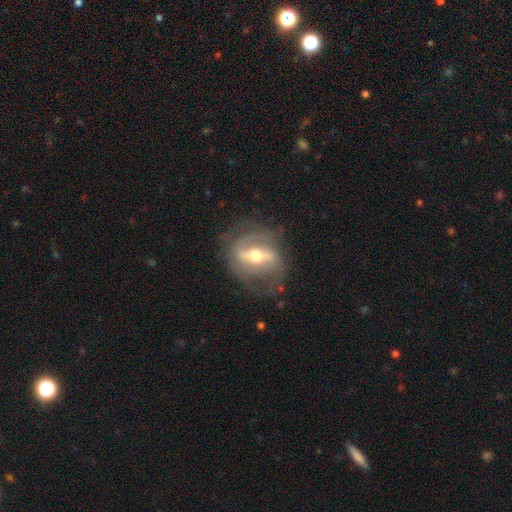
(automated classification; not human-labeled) Smooth or featured? featured or disk (79%)
Edge-on disk? no (82%)
Bar? strong (70%)
Spiral arms? yes (56%)
Bulge size? moderate (69%)
Merging? none (67%)